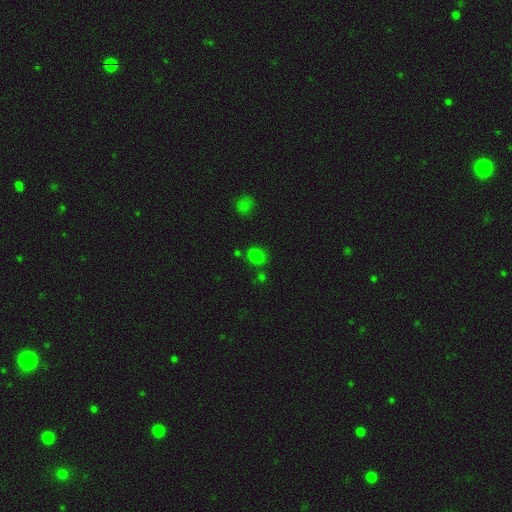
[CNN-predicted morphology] type=smooth (76%); roundness=in between (62%); merging=none (74%).